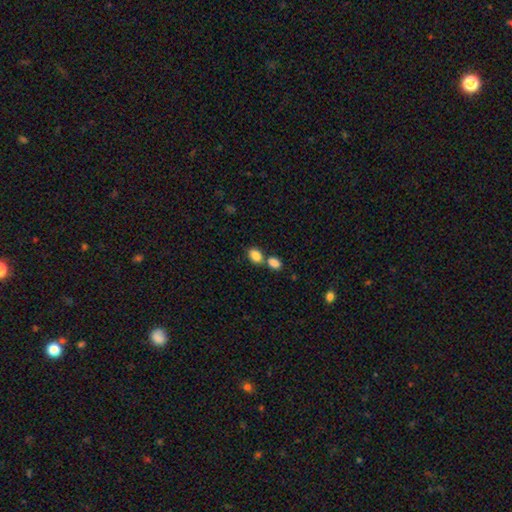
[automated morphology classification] Smooth or featured?
  - smooth: 86% *
  - star or artifact: 8%
  - featured or disk: 6%
How rounded?
  - in between: 78% *
  - round: 21%
  - cigar-shaped: 1%
Merging?
  - none: 46% *
  - merger: 42%
  - minor disturbance: 9%
  - major disturbance: 3%